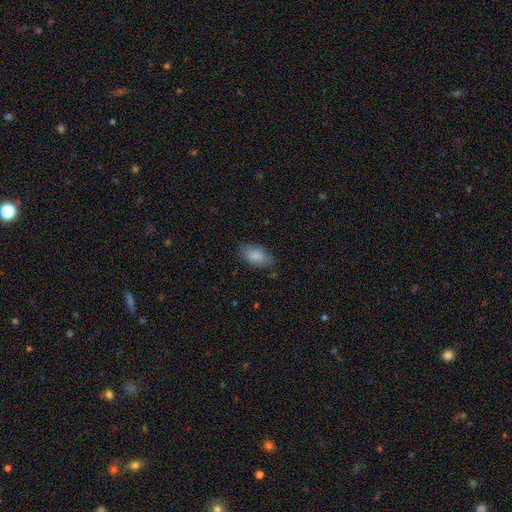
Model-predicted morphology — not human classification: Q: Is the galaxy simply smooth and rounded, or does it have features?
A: smooth — 86%.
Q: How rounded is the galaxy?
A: in between — 93%.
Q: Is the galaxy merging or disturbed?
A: none — 78%.